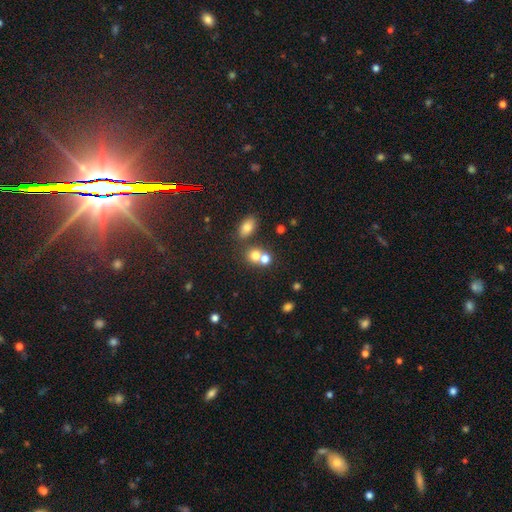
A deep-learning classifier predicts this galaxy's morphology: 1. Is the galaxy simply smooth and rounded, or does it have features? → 72% smooth, 15% star or artifact, 13% featured or disk.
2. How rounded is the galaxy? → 72% round, 27% in between, 1% cigar-shaped.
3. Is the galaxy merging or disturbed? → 47% merger, 42% none, 7% minor disturbance, 4% major disturbance.